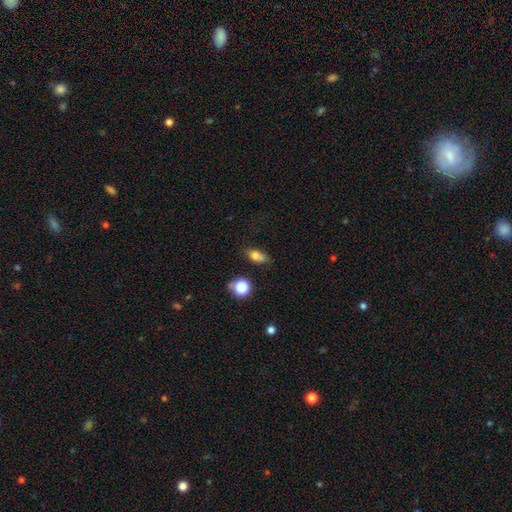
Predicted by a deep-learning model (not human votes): Morphology: type=smooth (73%); roundness=in between (64%); merging=none (47%).